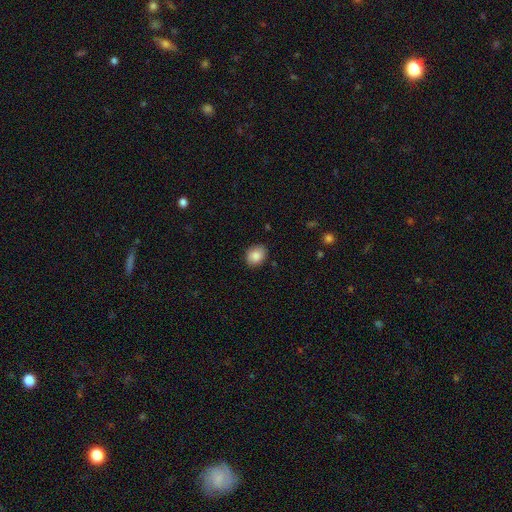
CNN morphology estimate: A smooth galaxy with no disk features (87%) that is in between round and cigar-shaped (51%).

Vote fractions:
- Smooth or featured? smooth: 87% / star or artifact: 8% / featured or disk: 5%
- How rounded? in between: 51% / round: 48% / cigar-shaped: 1%
- Merging? none: 85% / minor disturbance: 11% / major disturbance: 2% / merger: 1%